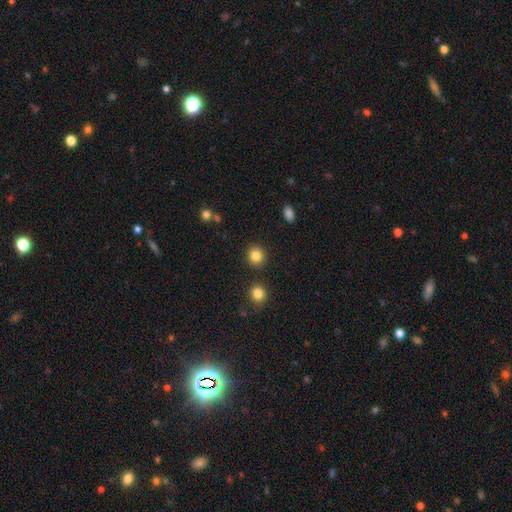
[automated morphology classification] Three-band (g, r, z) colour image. It shows a smooth galaxy with no disk features (85%) that is round (90%). Merging: none (90%).